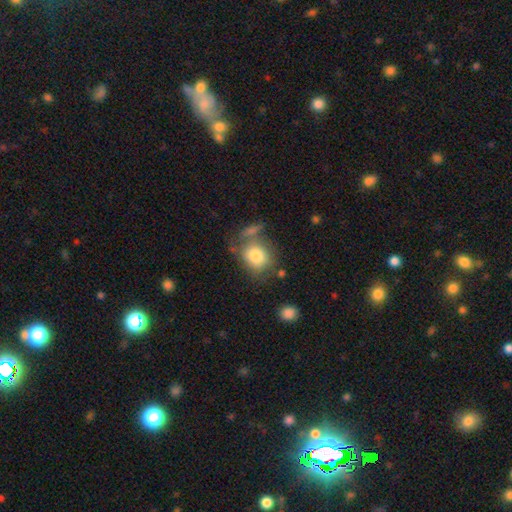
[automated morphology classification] Overall: smooth (80%). How rounded: round (62%; in between 37%). Merging: none (54%; minor disturbance 20%).